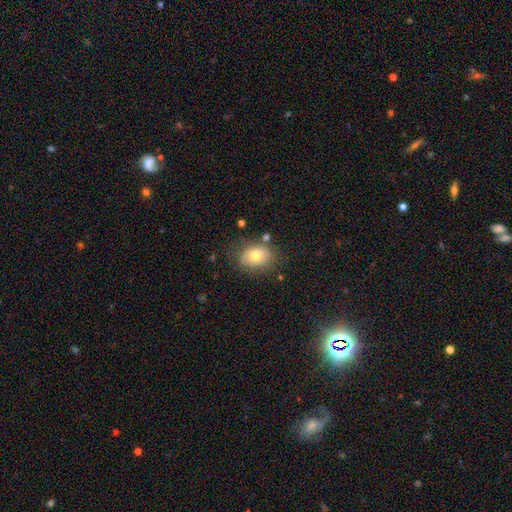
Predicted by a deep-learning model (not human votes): smooth_or_featured: smooth (p=0.69) [alt: featured or disk p=0.23]
how_rounded: in between (p=0.74) [alt: round p=0.25]
merging: none (p=0.71) [alt: minor disturbance p=0.18]